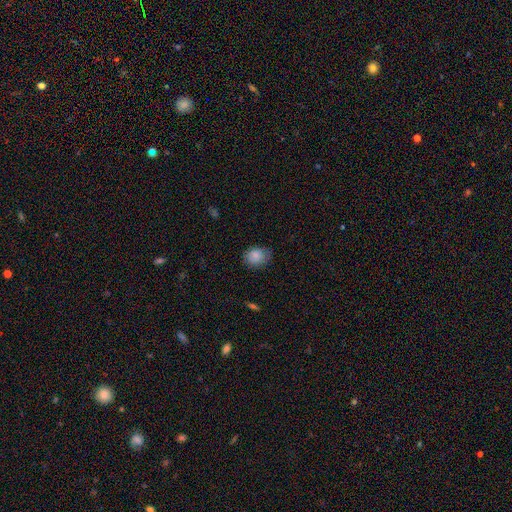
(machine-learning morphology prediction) The model was most divided on "how rounded": in between: 56%, round: 43%, cigar-shaped: 1%. More confident: smooth or featured — smooth (84%); merging — none (72%).